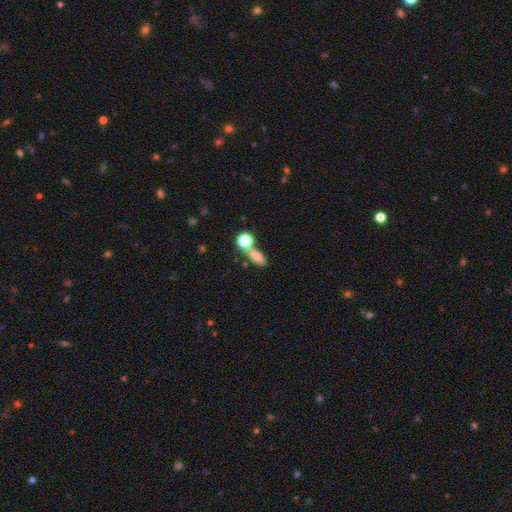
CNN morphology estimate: Q: Smooth or featured?
A: smooth (75%); runner-up: star or artifact (14%)
Q: How rounded?
A: in between (61%); runner-up: cigar-shaped (21%)
Q: Merging?
A: none (57%); runner-up: merger (25%)